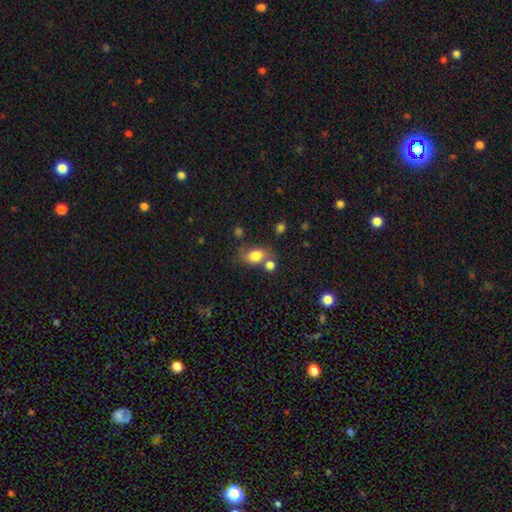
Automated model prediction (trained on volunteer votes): A smooth galaxy with no disk features (79%) that is in between round and cigar-shaped (77%). Merging: none (53%).